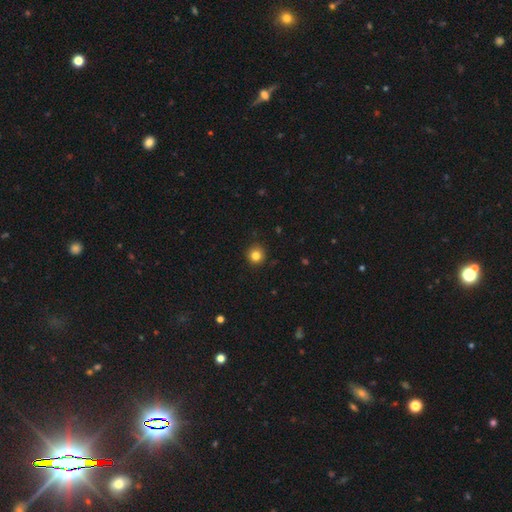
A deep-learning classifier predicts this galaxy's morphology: Q: Smooth or featured?
A: smooth (83%); runner-up: star or artifact (12%)
Q: How rounded?
A: round (94%); runner-up: in between (5%)
Q: Merging?
A: none (91%); runner-up: minor disturbance (6%)